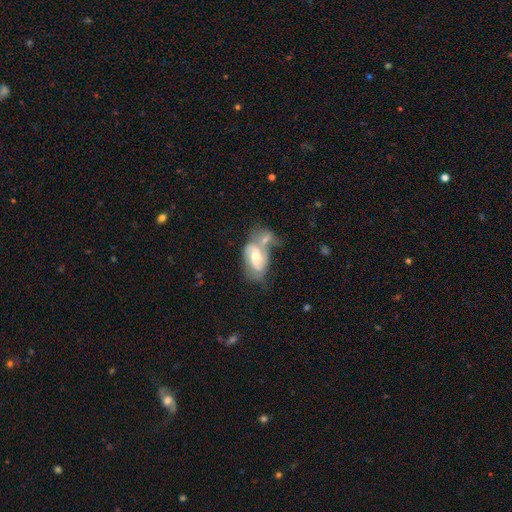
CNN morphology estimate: Q: Smooth or featured?
A: featured or disk (63%); runner-up: smooth (31%)
Q: Edge-on disk?
A: no (95%); runner-up: yes (5%)
Q: Bar?
A: no (47%); runner-up: weak (40%)
Q: Spiral arms?
A: yes (75%); runner-up: no (25%)
Q: Bulge size?
A: moderate (65%); runner-up: small (26%)
Q: Merging?
A: merger (49%); runner-up: none (23%)